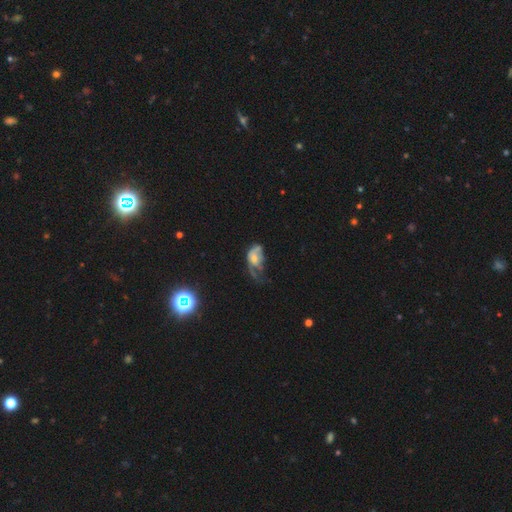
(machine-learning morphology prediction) featured or disk 48%, smooth 41%, star or artifact 11%. Down the decision tree: merging — major disturbance (50%).